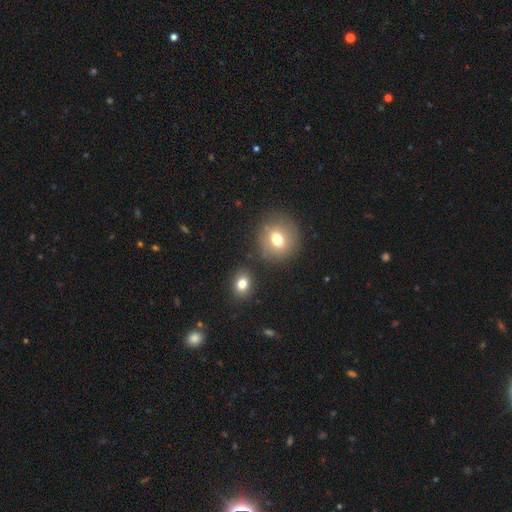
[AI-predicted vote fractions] This is possibly a smooth galaxy (57%). How rounded: clearly round (82%). Merging: clearly none (82%).